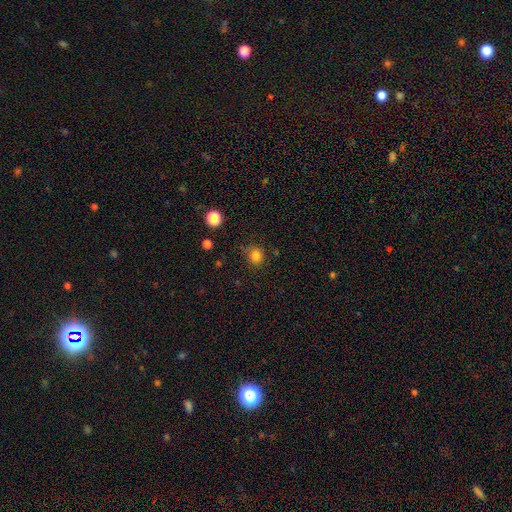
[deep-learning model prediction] smooth 83%, star or artifact 13%, featured or disk 5%. Down the decision tree: how rounded — round (87%); merging — none (79%).